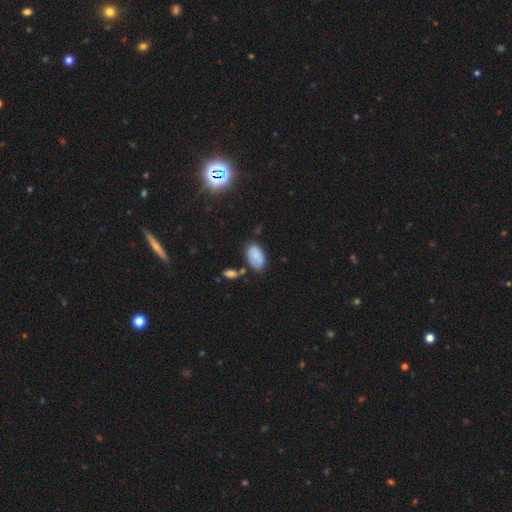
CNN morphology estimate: Smooth or featured? smooth (76%)
How rounded? in between (94%)
Merging? none (68%)